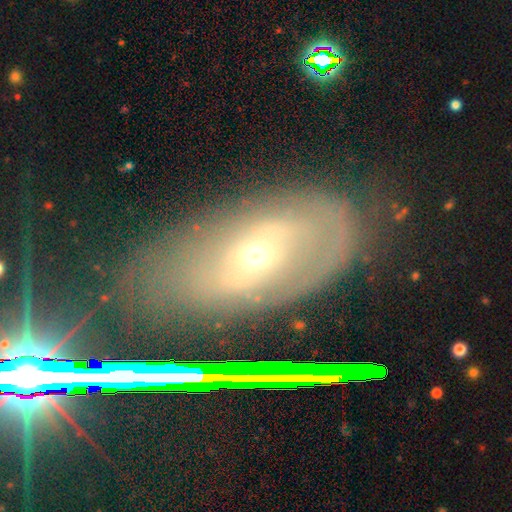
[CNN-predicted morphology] Q: Smooth or featured?
A: featured or disk (59%); runner-up: smooth (30%)
Q: Edge-on disk?
A: no (88%); runner-up: yes (12%)
Q: Bar?
A: no (60%); runner-up: weak (27%)
Q: Spiral arms?
A: no (55%); runner-up: yes (45%)
Q: Bulge size?
A: small (49%); runner-up: moderate (45%)
Q: Merging?
A: none (69%); runner-up: minor disturbance (17%)